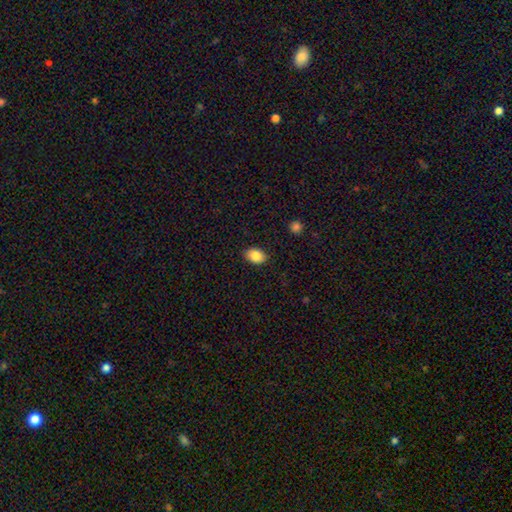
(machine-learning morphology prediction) This appears to be a smooth galaxy with no disk features (87%) that is in between round and cigar-shaped (82%). Merging: none (88%).